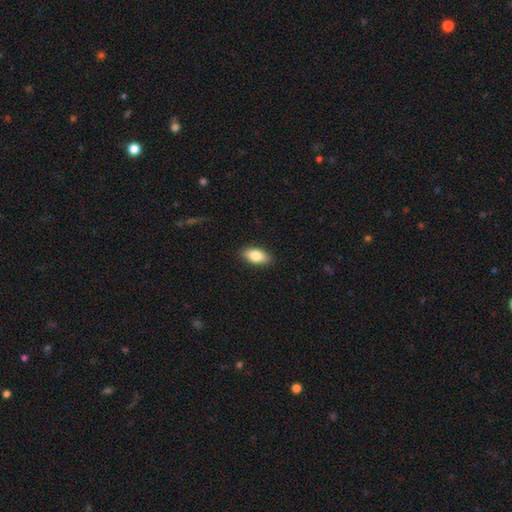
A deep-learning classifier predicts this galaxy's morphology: smooth 83%, featured or disk 10%, star or artifact 7%. Down the decision tree: how rounded — in between (91%); merging — none (89%).